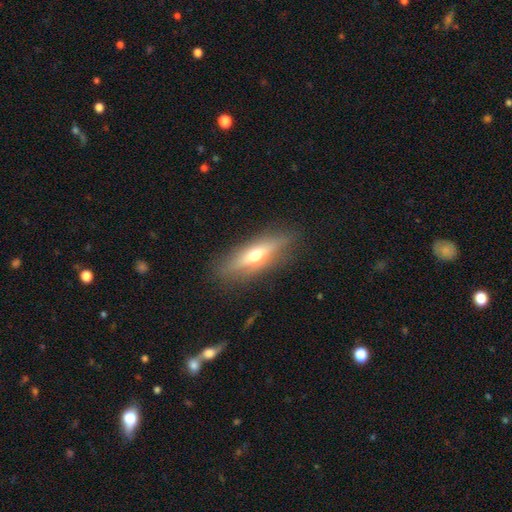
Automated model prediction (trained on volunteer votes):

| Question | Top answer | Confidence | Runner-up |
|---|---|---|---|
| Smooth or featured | featured or disk | 49% | smooth (44%) |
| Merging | none | 84% | minor disturbance (11%) |